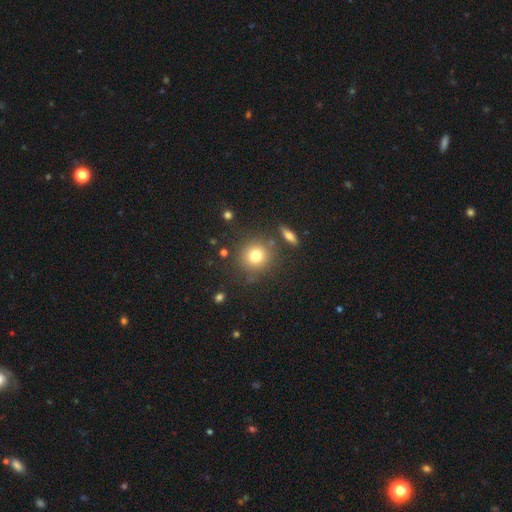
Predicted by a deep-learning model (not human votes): Smooth or featured? smooth (78%)
How rounded? round (90%)
Merging? none (80%)